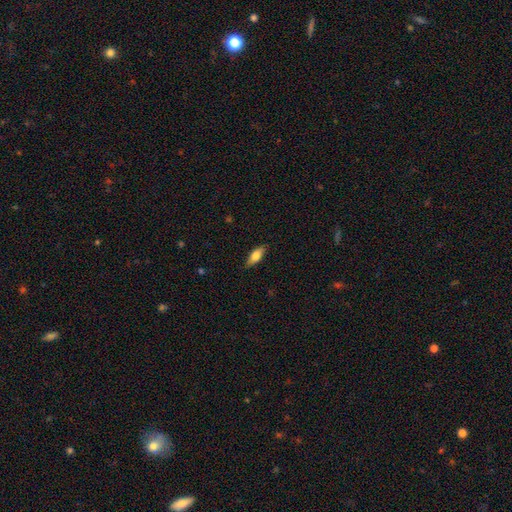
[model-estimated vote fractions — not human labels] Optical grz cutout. It shows a smooth galaxy with no disk features (73%) that is in between round and cigar-shaped (70%). Merging: none (85%).